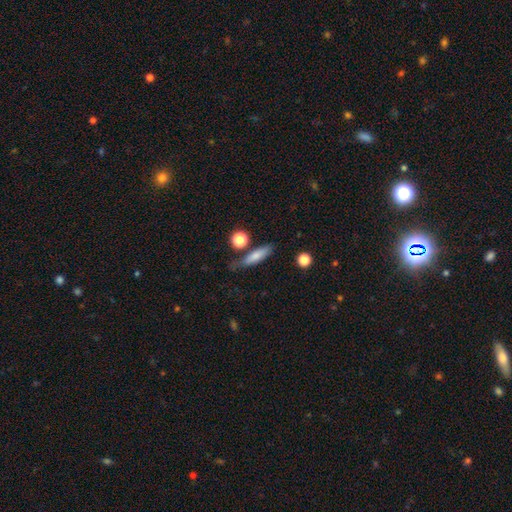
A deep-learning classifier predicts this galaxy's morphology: Q: Smooth or featured?
A: smooth (72%); runner-up: featured or disk (20%)
Q: How rounded?
A: cigar-shaped (65%); runner-up: in between (30%)
Q: Merging?
A: none (66%); runner-up: minor disturbance (20%)